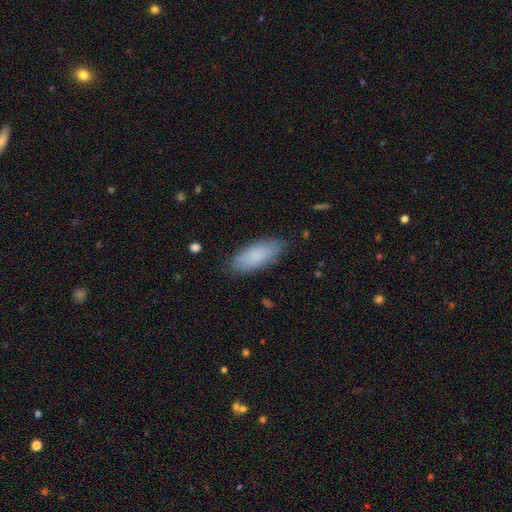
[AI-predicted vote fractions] smooth 86%, featured or disk 8%, star or artifact 6%. Down the decision tree: how rounded — in between (78%); merging — none (84%).